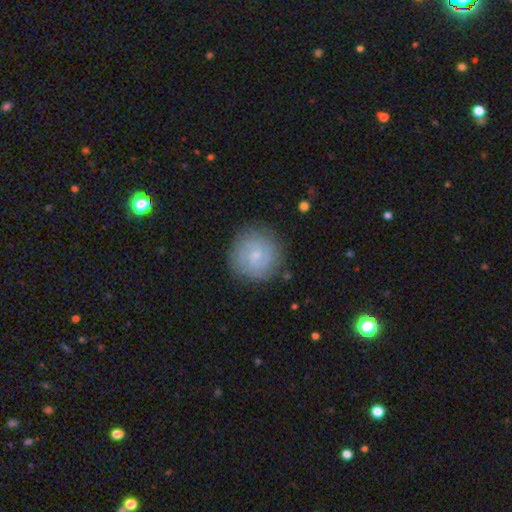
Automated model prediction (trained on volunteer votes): Smooth or featured? featured or disk (74%)
Edge-on disk? no (98%)
Bar? no (49%)
Spiral arms? yes (94%)
Spiral winding? tight (73%)
Spiral arm count? 2 (55%)
Bulge size? small (75%)
Merging? none (85%)